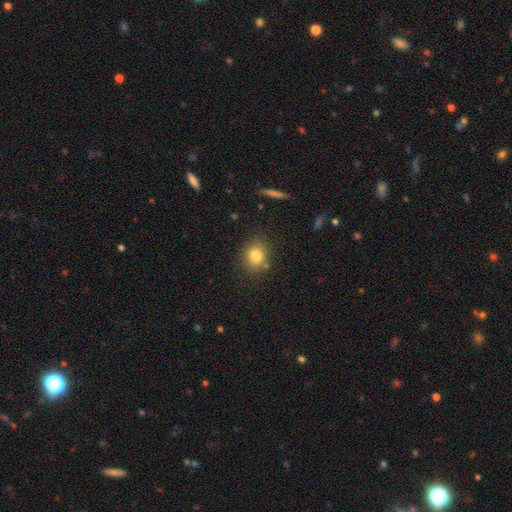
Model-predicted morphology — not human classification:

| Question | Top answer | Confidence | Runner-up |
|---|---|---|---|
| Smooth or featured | smooth | 82% | star or artifact (10%) |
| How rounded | round | 55% | in between (43%) |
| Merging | none | 77% | minor disturbance (14%) |